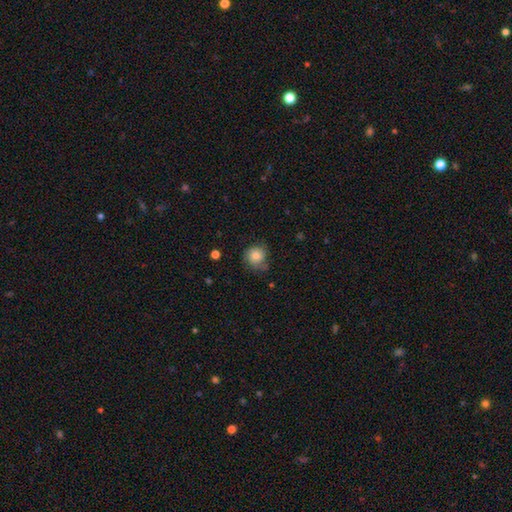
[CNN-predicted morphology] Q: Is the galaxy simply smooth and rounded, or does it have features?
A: smooth — 73%.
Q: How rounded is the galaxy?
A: round — 87%.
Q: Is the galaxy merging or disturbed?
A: none — 60%.